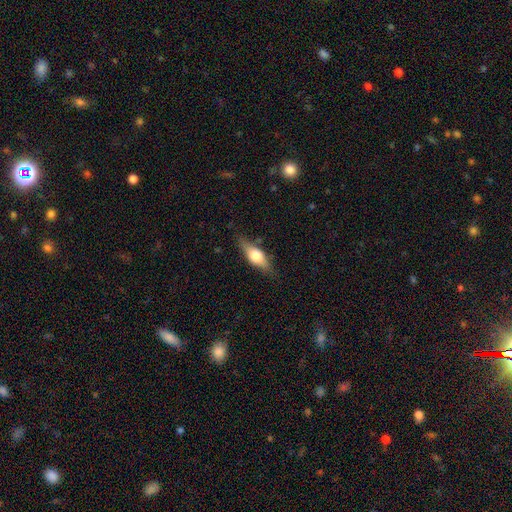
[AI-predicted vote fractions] A smooth galaxy with no disk features (49%).

Vote fractions:
- Smooth or featured? smooth: 49% / featured or disk: 45% / star or artifact: 7%
- Merging? none: 77% / minor disturbance: 17% / major disturbance: 4% / merger: 2%